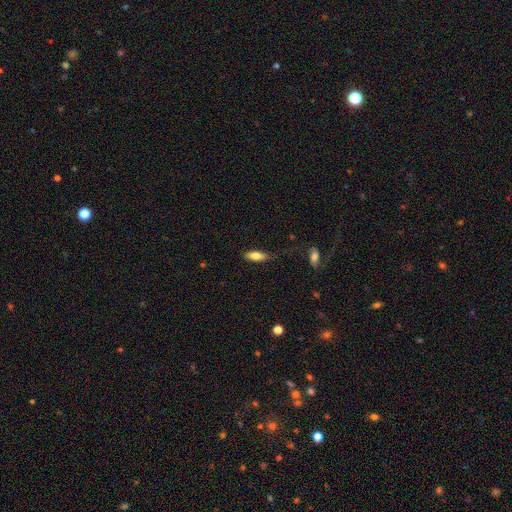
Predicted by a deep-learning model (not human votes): Q: Smooth or featured?
A: smooth (75%); runner-up: featured or disk (18%)
Q: How rounded?
A: in between (68%); runner-up: cigar-shaped (29%)
Q: Merging?
A: none (68%); runner-up: minor disturbance (22%)